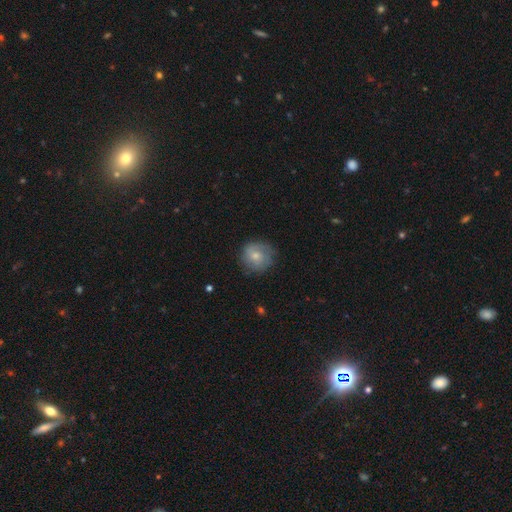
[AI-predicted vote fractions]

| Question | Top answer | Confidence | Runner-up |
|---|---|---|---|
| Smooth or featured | smooth | 59% | featured or disk (33%) |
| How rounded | round | 87% | in between (12%) |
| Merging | none | 73% | minor disturbance (19%) |